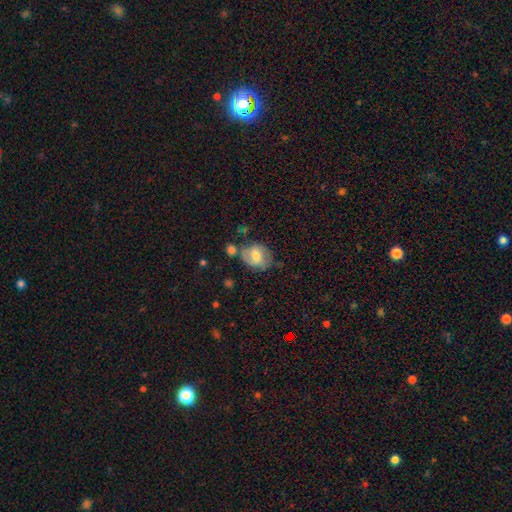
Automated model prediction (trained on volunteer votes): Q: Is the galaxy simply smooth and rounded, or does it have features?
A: smooth — 62%.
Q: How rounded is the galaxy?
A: round — 51%.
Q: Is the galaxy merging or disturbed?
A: none — 54%.